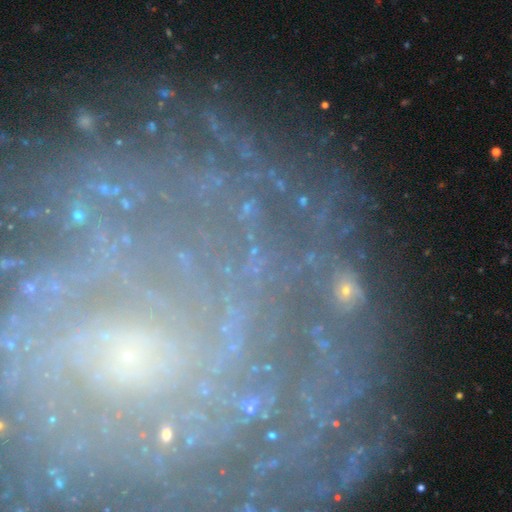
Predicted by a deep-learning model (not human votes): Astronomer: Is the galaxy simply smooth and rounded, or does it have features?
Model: featured or disk — 52% (runner-up: star or artifact, 34%).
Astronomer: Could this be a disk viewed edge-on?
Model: no — 92%.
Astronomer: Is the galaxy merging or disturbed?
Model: none — 67%.